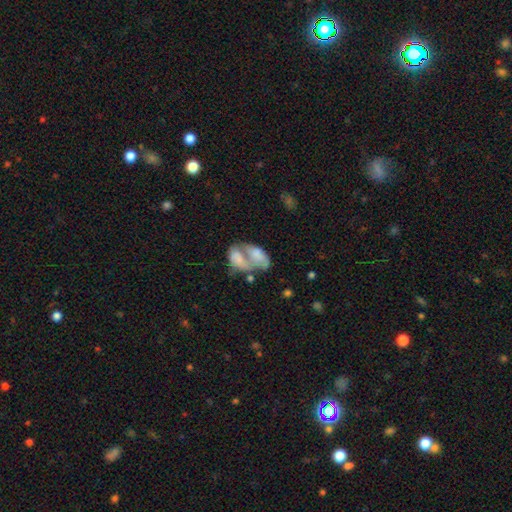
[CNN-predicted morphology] A smooth galaxy with no disk features (54%) that is in between round and cigar-shaped (90%). Merging: merger (70%).